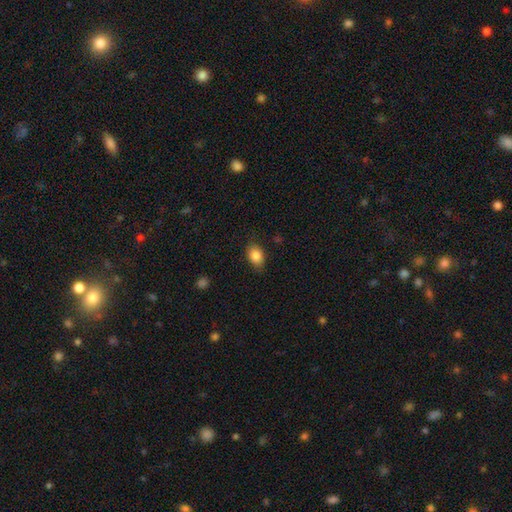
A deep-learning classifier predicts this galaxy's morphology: Smooth or featured? Predicted: smooth (p=0.86). How rounded? Predicted: in between (p=0.80). Merging? Predicted: none (p=0.82).